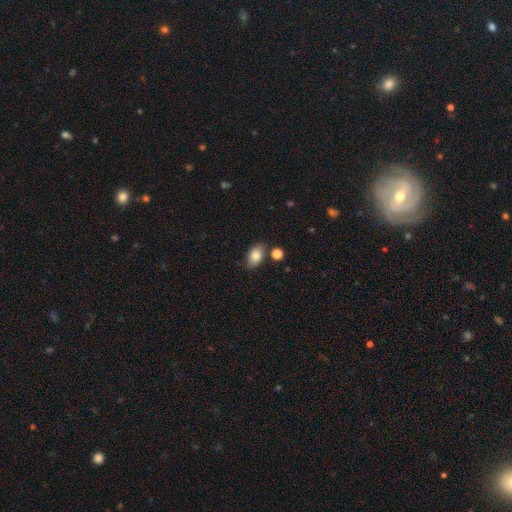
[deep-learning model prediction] smooth 83%, featured or disk 9%, star or artifact 8%. Down the decision tree: how rounded — in between (87%); merging — none (78%).